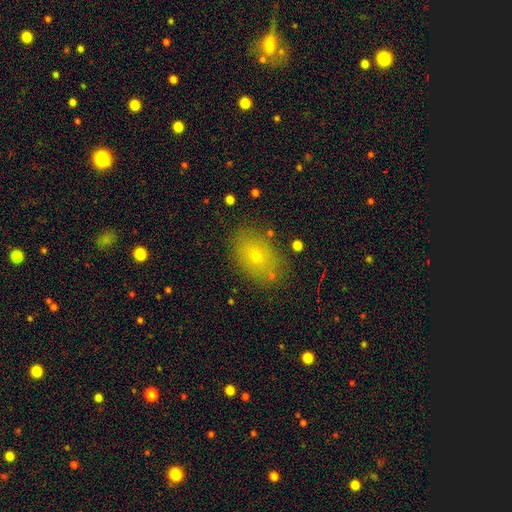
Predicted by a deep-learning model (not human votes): Overall: smooth (68%). How rounded: in between (74%). Merging: none (83%).